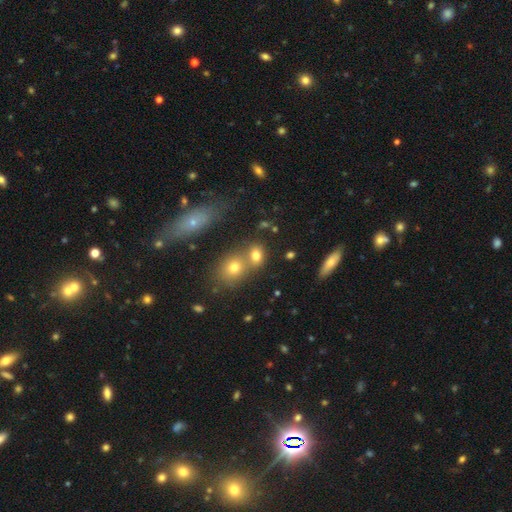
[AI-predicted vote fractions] Overall: smooth (71%). How rounded: round (49%; in between 48%). Merging: none (49%; merger 38%).